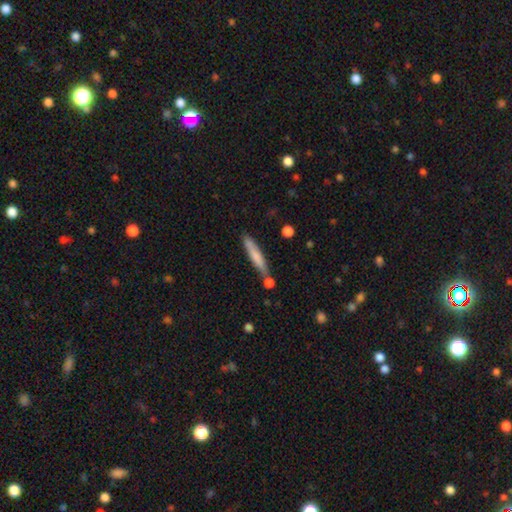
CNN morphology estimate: This appears to be a smooth galaxy with no disk features (69%) that is cigar-shaped (92%). Merging: none (72%).